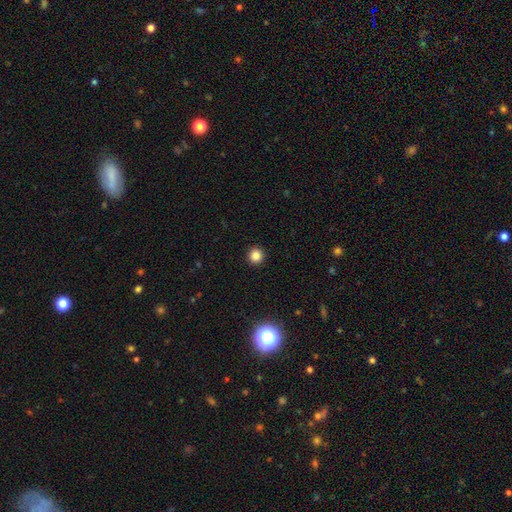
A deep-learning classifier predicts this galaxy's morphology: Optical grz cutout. It shows a smooth galaxy with no disk features (84%) that is round (95%). Merging: none (93%).